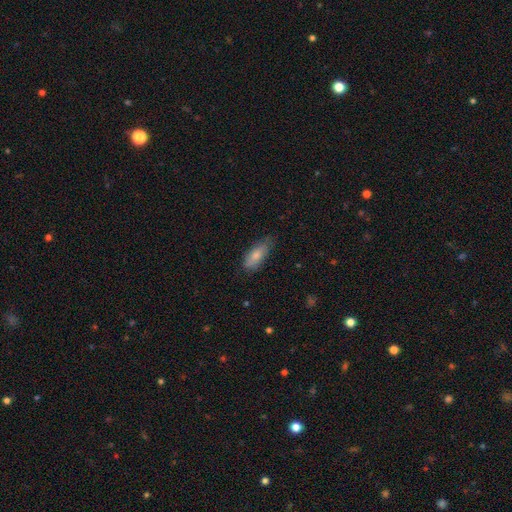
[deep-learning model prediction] Smooth or featured? Predicted: smooth (p=0.77). How rounded? Predicted: in between (p=0.79). Merging? Predicted: none (p=0.68).